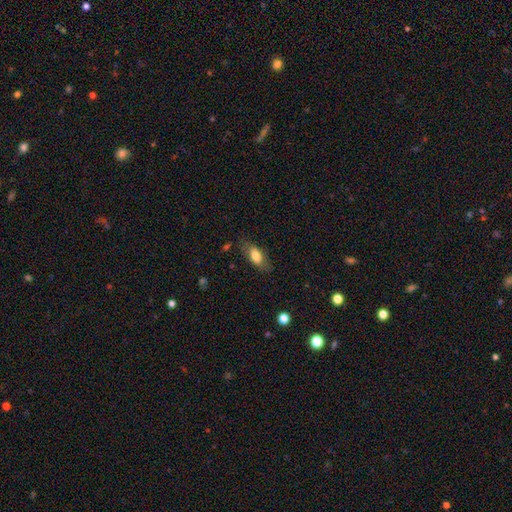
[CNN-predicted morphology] Overall: smooth (74%). How rounded: in between (83%). Merging: none (75%).